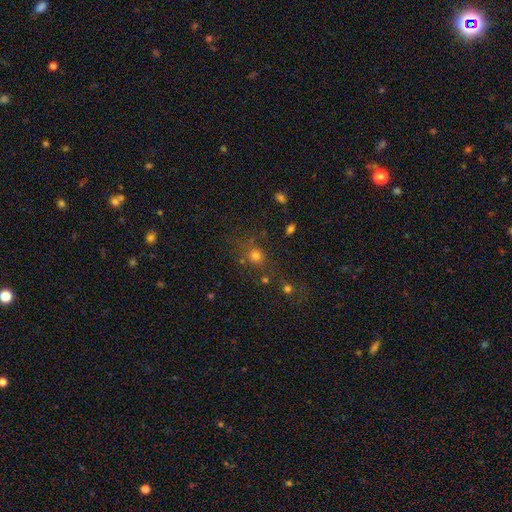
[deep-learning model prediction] The model was most divided on "smooth or featured": smooth: 65%, star or artifact: 25%, featured or disk: 9%. More confident: how rounded — round (84%); merging — none (67%).